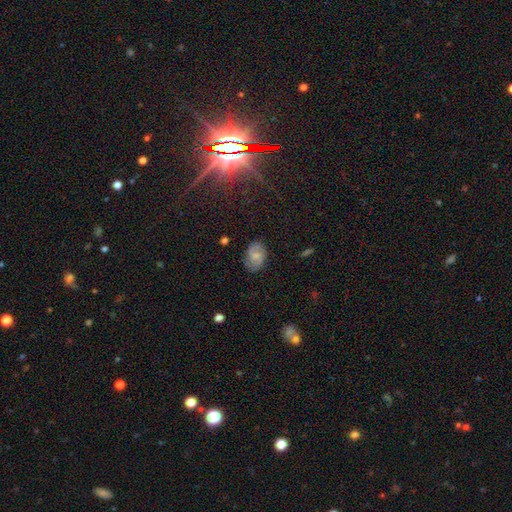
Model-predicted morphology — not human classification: smooth_or_featured: featured or disk (p=0.58) [alt: smooth p=0.33]
disk_edge_on: no (p=0.97) [alt: yes p=0.03]
bar: weak (p=0.49) [alt: no p=0.43]
has_spiral_arms: yes (p=0.90) [alt: no p=0.10]
spiral_winding: medium (p=0.49) [alt: tight p=0.30]
spiral_arm_count: 2 (p=0.83) [alt: can't tell p=0.10]
bulge_size: small (p=0.48) [alt: moderate p=0.31]
merging: none (p=0.79) [alt: minor disturbance p=0.16]